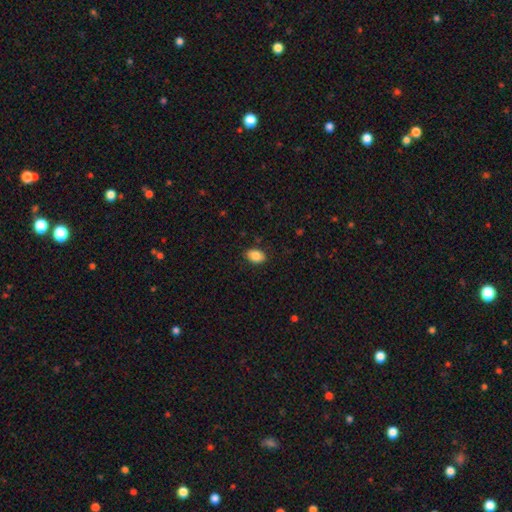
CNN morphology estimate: A smooth galaxy with no disk features (86%) that is in between round and cigar-shaped (84%). Merging: none (86%).